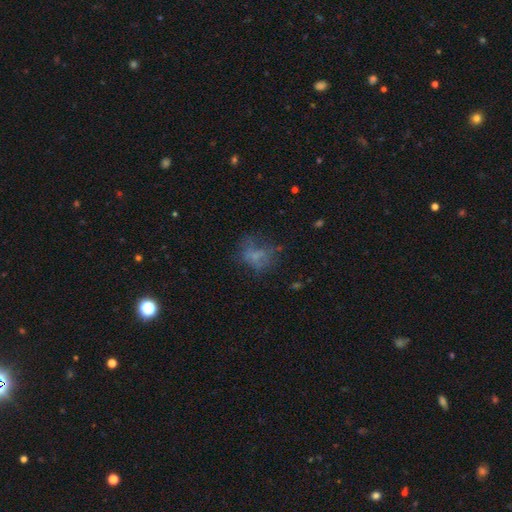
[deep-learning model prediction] Overall: smooth (49%; featured or disk 31%). Merging: none (47%; major disturbance 28%).